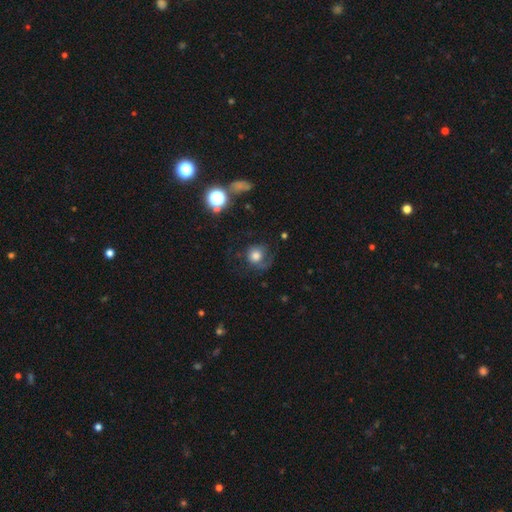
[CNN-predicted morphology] smooth_or_featured: smooth (p=0.62) [alt: featured or disk p=0.25]
how_rounded: round (p=0.84) [alt: in between p=0.15]
merging: none (p=0.46) [alt: major disturbance p=0.30]